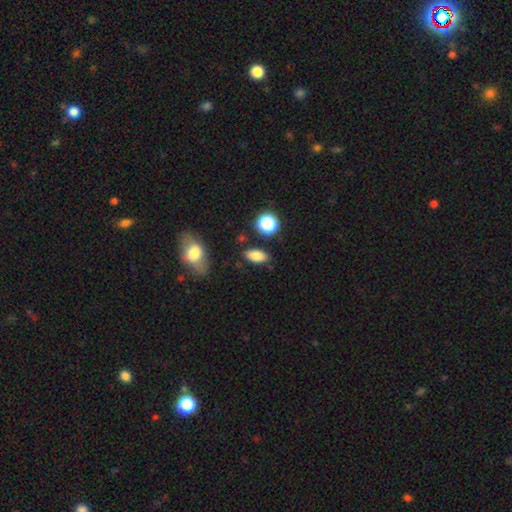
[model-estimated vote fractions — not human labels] Overall: smooth (81%). How rounded: in between (84%). Merging: none (82%).